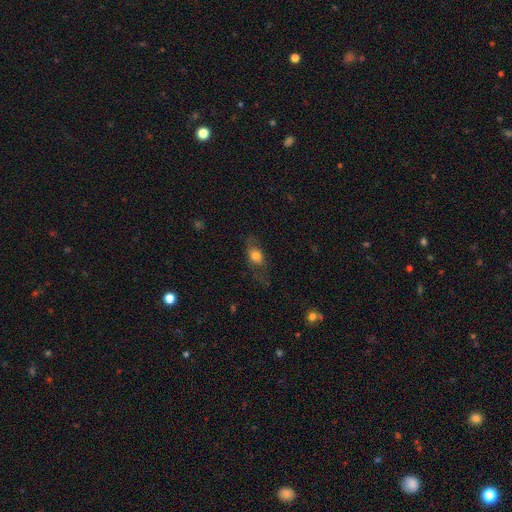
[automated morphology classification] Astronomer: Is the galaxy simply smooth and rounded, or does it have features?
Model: smooth — 69%.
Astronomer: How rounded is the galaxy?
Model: in between — 71%.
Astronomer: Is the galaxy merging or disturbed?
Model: none — 55%.